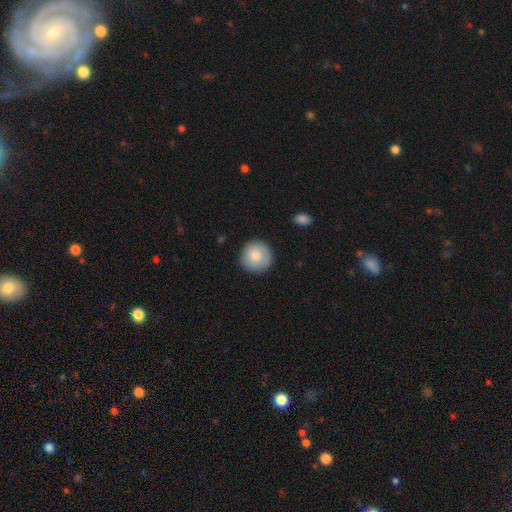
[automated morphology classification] smooth_or_featured: smooth (p=0.82) [alt: featured or disk p=0.12]
how_rounded: round (p=0.95) [alt: in between p=0.04]
merging: none (p=0.88) [alt: minor disturbance p=0.09]